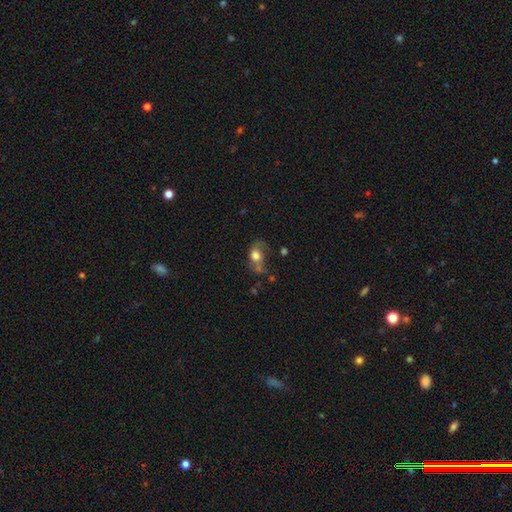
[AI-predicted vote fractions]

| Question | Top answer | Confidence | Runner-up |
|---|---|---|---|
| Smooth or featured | smooth | 56% | featured or disk (33%) |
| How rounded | in between | 61% | round (36%) |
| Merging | major disturbance | 36% | none (30%) |